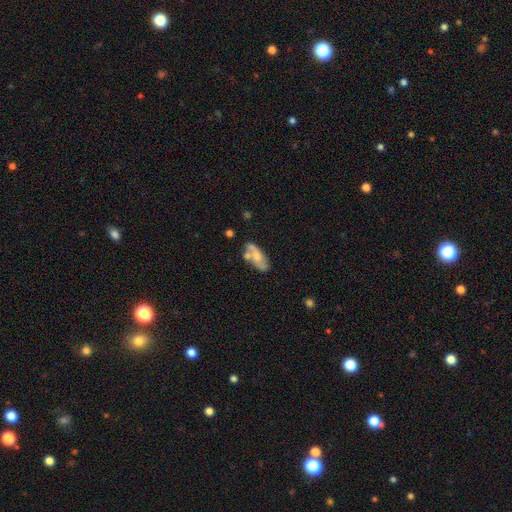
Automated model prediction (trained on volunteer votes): Overall: smooth (47%; featured or disk 46%). Merging: none (53%; merger 20%).